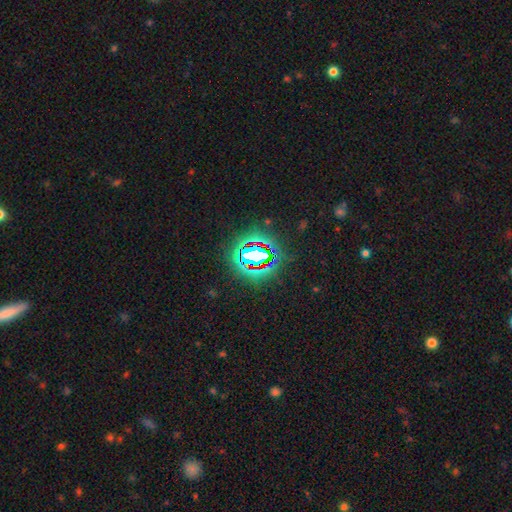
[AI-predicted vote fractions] smooth-or-featured: star or artifact: 75% | smooth: 14% | featured or disk: 11%